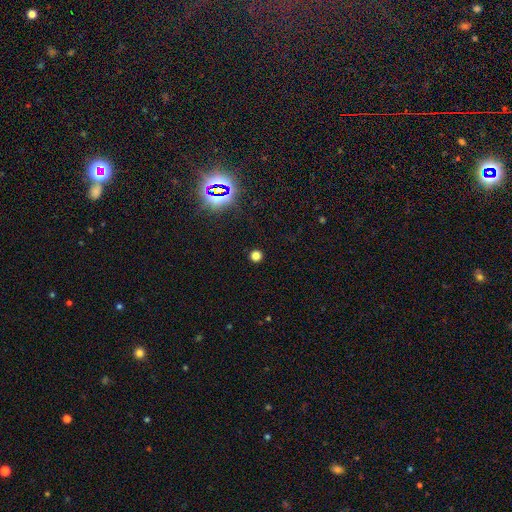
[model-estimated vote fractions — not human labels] smooth-or-featured: smooth: 73% | star or artifact: 22% | featured or disk: 4%
  how-rounded: round: 94% | in between: 5% | cigar-shaped: 1%
  merging: none: 91% | minor disturbance: 5% | major disturbance: 2% | merger: 1%